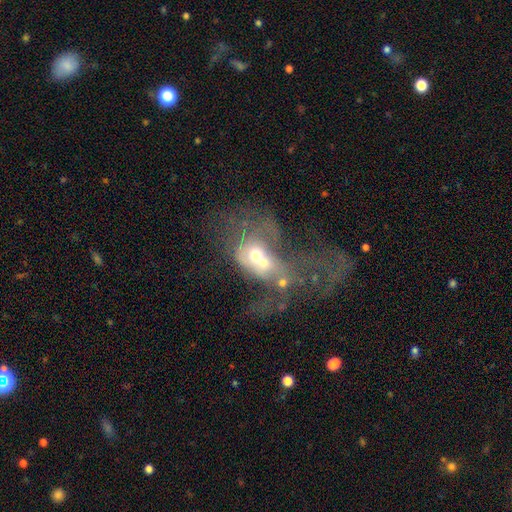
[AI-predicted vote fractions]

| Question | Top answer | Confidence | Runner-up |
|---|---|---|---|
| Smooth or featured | featured or disk | 55% | smooth (31%) |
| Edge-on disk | no | 95% | yes (5%) |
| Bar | no | 81% | weak (15%) |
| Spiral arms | no | 72% | yes (28%) |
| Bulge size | moderate | 60% | small (23%) |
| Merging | merger | 59% | major disturbance (28%) |